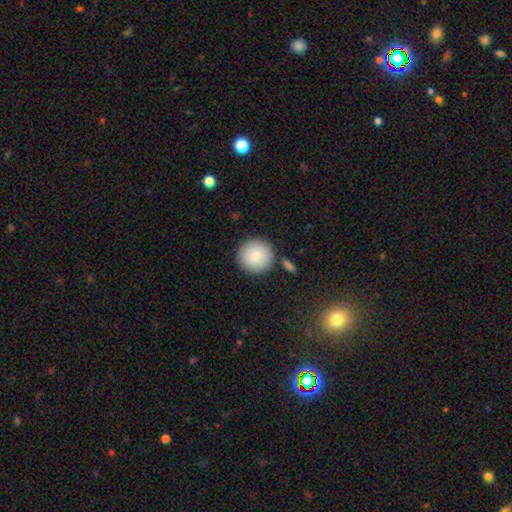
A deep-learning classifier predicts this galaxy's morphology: Q: Smooth or featured?
A: smooth (85%); runner-up: featured or disk (8%)
Q: How rounded?
A: round (96%); runner-up: in between (3%)
Q: Merging?
A: none (86%); runner-up: minor disturbance (7%)